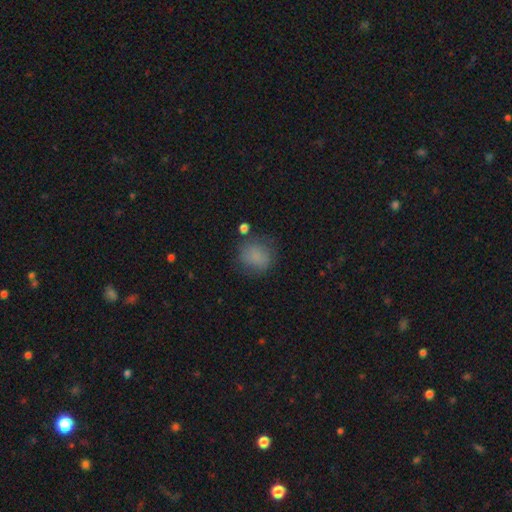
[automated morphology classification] This is likely a smooth galaxy (80%). How rounded: likely round (78%). Merging: likely none (71%).